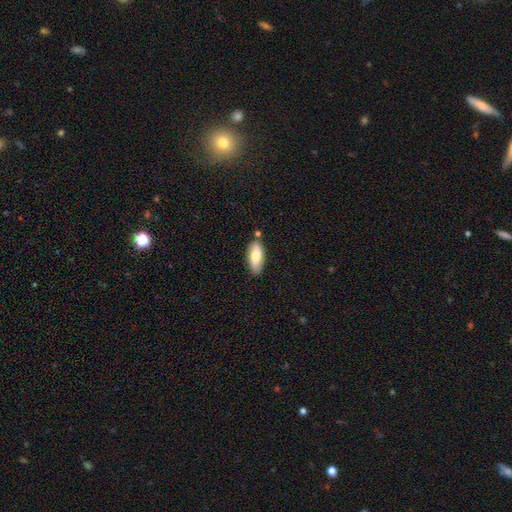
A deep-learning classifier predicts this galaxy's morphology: smooth_or_featured: smooth (p=0.69) [alt: featured or disk p=0.25]
how_rounded: in between (p=0.81) [alt: cigar-shaped p=0.16]
merging: none (p=0.79) [alt: minor disturbance p=0.14]